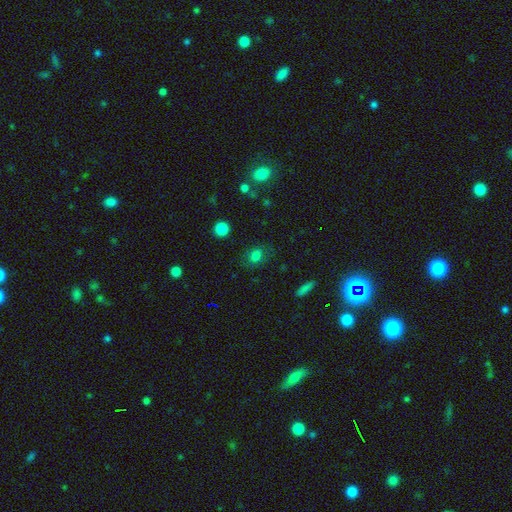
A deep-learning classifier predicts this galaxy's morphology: Smooth or featured? smooth (75%)
How rounded? in between (62%)
Merging? none (73%)